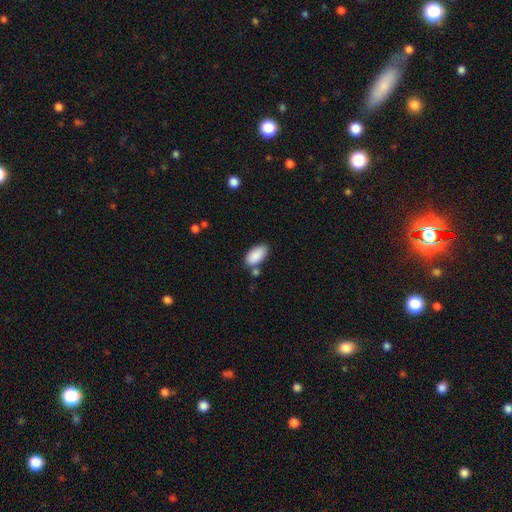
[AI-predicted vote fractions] A smooth galaxy with no disk features (89%) that is in between round and cigar-shaped (94%).

Vote fractions:
- Smooth or featured? smooth: 89% / star or artifact: 7% / featured or disk: 5%
- How rounded? in between: 94% / cigar-shaped: 4% / round: 2%
- Merging? none: 69% / minor disturbance: 16% / merger: 12% / major disturbance: 4%